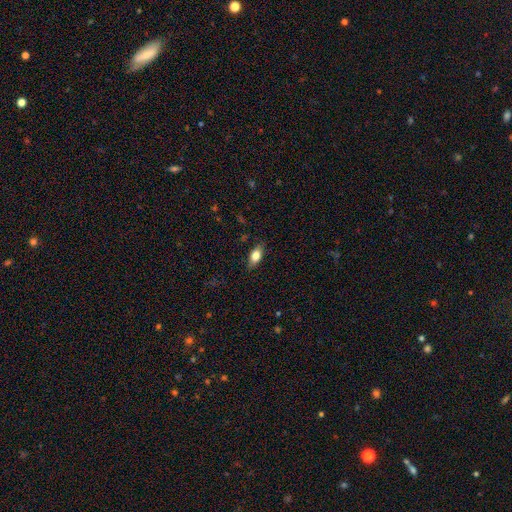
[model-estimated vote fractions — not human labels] Morphology: type=smooth (80%); roundness=in between (86%); merging=none (84%).